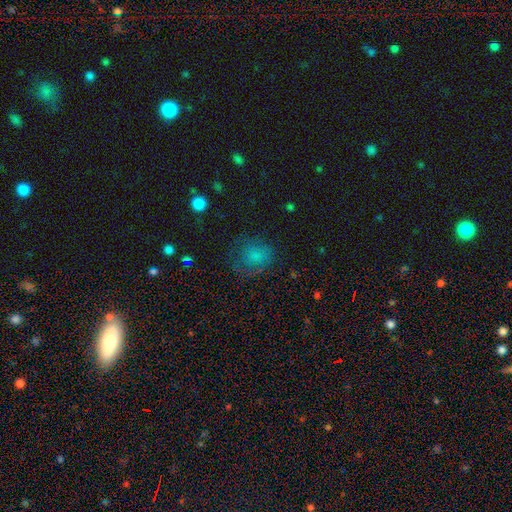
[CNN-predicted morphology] This appears to be a smooth galaxy with no disk features (70%) that is round (69%). Merging: none (58%).